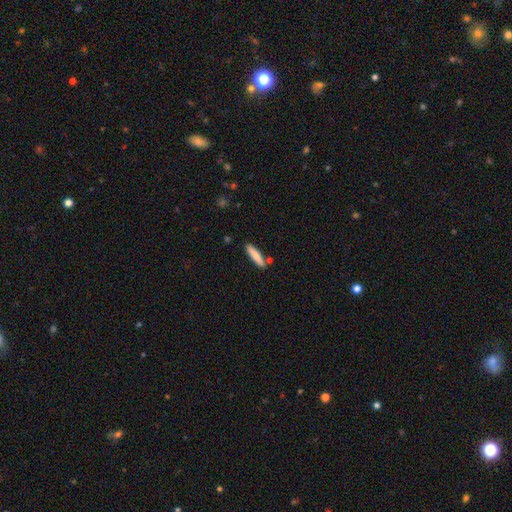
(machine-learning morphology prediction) This is likely a smooth galaxy (76%). How rounded: clearly cigar-shaped (83%). Merging: clearly none (84%).